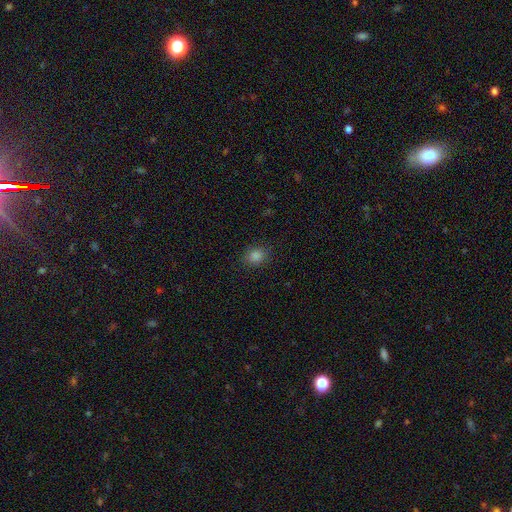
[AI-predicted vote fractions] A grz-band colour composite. It shows a smooth galaxy with no disk features (81%) that is round (54%). Merging: none (87%).